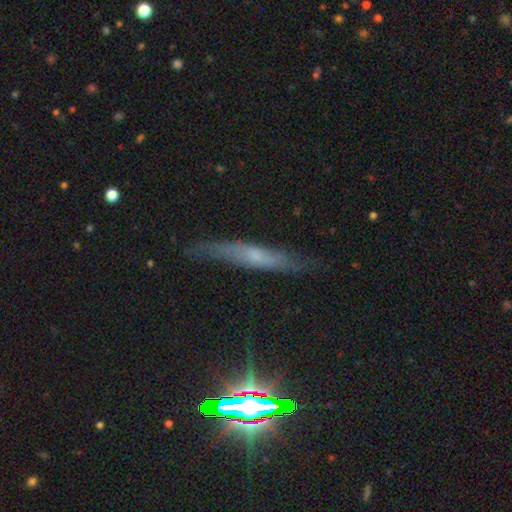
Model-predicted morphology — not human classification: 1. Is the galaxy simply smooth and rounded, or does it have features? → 48% featured or disk, 40% smooth, 11% star or artifact.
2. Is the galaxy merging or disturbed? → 76% none, 18% minor disturbance, 4% major disturbance, 2% merger.